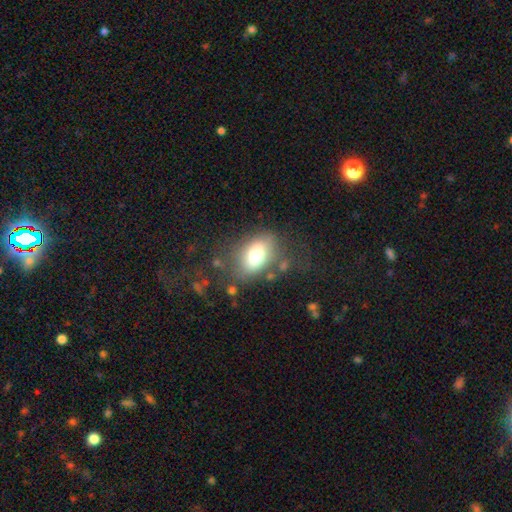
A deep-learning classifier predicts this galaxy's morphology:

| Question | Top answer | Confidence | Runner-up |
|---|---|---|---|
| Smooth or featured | smooth | 74% | featured or disk (17%) |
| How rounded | in between | 83% | round (15%) |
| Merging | none | 64% | minor disturbance (19%) |